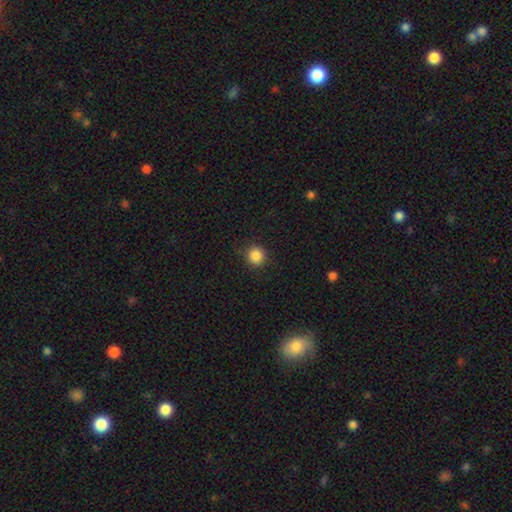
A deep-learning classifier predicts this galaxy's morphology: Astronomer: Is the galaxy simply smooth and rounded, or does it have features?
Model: smooth — 86%.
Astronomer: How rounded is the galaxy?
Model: round — 94%.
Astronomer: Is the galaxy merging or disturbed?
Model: none — 90%.